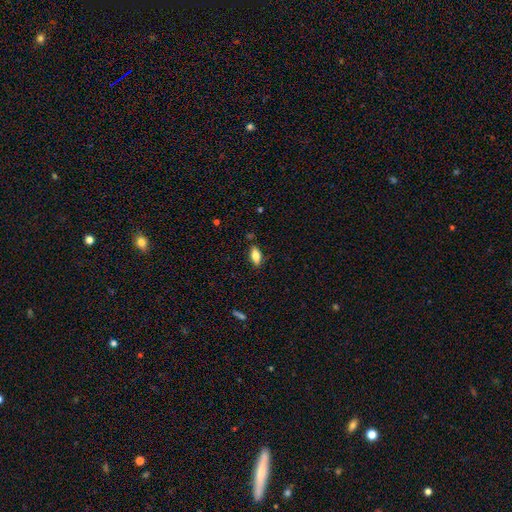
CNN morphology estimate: Q: Smooth or featured?
A: smooth (76%); runner-up: featured or disk (16%)
Q: How rounded?
A: in between (84%); runner-up: cigar-shaped (13%)
Q: Merging?
A: none (84%); runner-up: minor disturbance (11%)